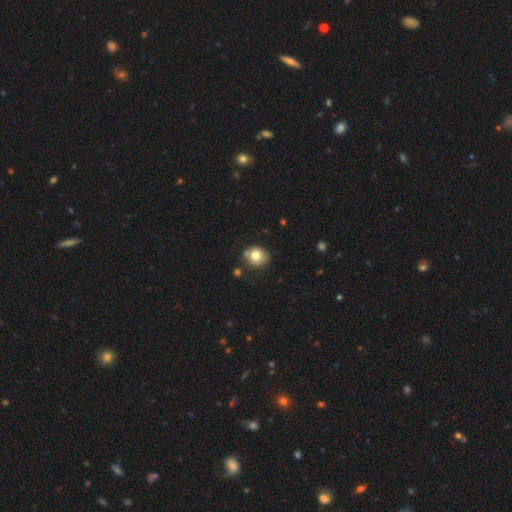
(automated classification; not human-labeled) Overall: smooth (76%). How rounded: round (82%). Merging: none (72%).